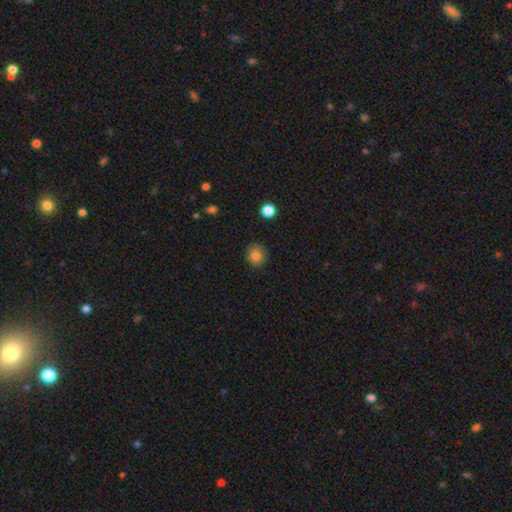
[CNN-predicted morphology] Smooth or featured? Predicted: smooth (p=0.84). How rounded? Predicted: round (p=0.84). Merging? Predicted: none (p=0.85).